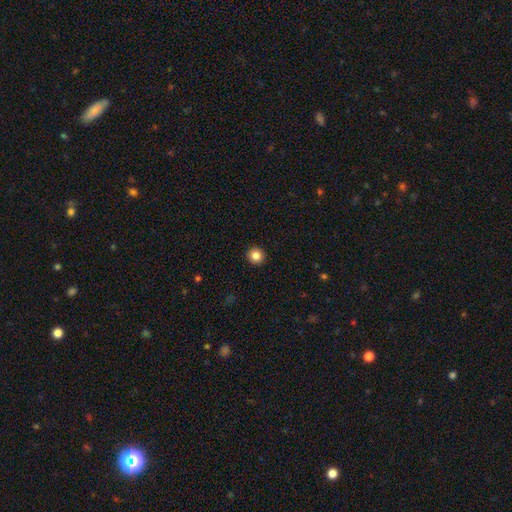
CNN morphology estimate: Smooth or featured?
  - smooth: 84% *
  - star or artifact: 11%
  - featured or disk: 5%
How rounded?
  - round: 94% *
  - in between: 5%
  - cigar-shaped: 1%
Merging?
  - none: 93% *
  - minor disturbance: 4%
  - major disturbance: 1%
  - merger: 1%